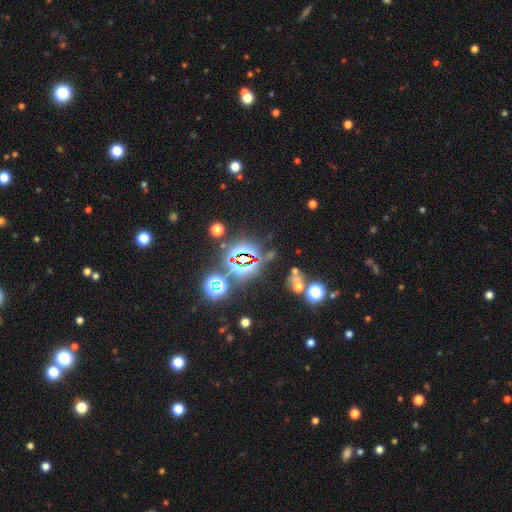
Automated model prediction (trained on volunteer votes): Smooth or featured? star or artifact (82%)